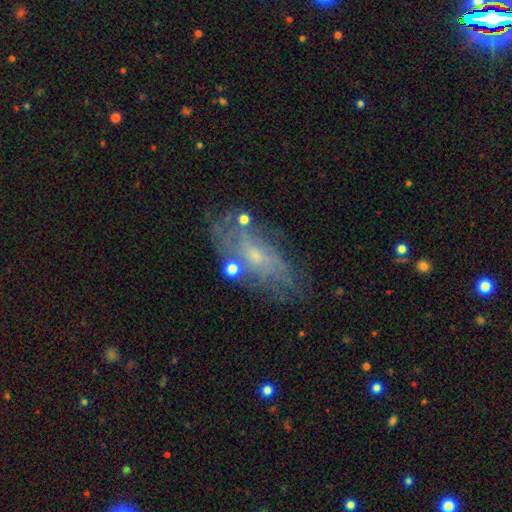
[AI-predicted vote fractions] Smooth or featured: featured or disk — 63% (smooth — 28%)
Edge-on disk: no — 88% (yes — 12%)
Bar: no — 73% (weak — 23%)
Spiral arms: yes — 67% (no — 33%)
Bulge size: small — 68% (moderate — 24%)
Merging: none — 62% (minor disturbance — 22%)